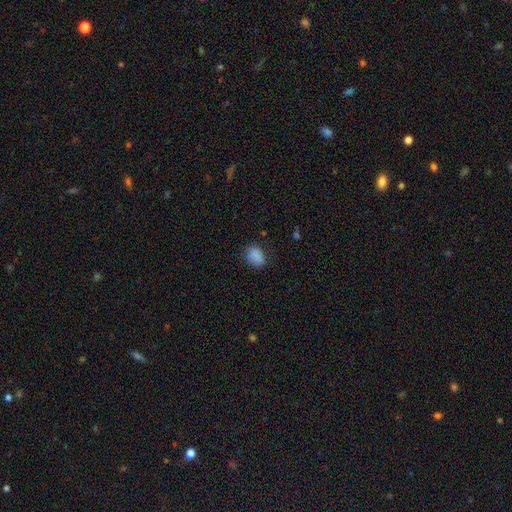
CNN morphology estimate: The model was most divided on "how rounded": in between: 75%, round: 24%, cigar-shaped: 1%. More confident: smooth or featured — smooth (87%); merging — none (78%).